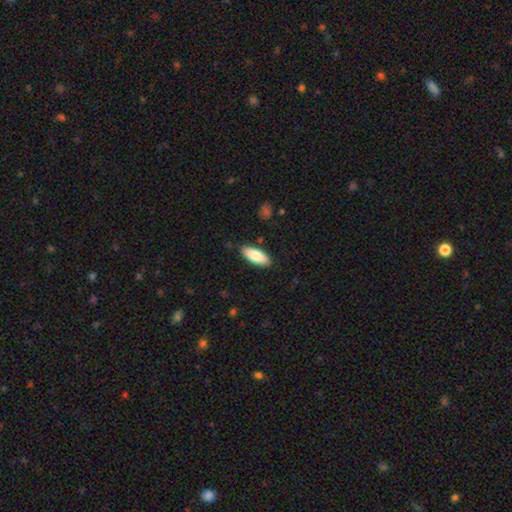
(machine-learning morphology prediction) Q: Smooth or featured?
A: smooth (84%); runner-up: featured or disk (10%)
Q: How rounded?
A: in between (76%); runner-up: cigar-shaped (22%)
Q: Merging?
A: none (87%); runner-up: minor disturbance (10%)